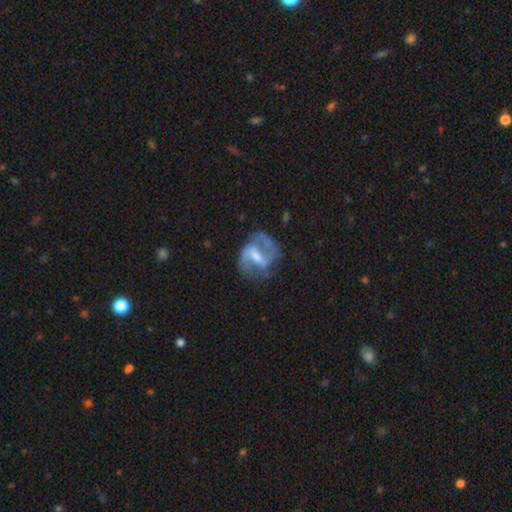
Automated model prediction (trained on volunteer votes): Q: Smooth or featured?
A: featured or disk (82%); runner-up: smooth (12%)
Q: Edge-on disk?
A: no (97%); runner-up: yes (3%)
Q: Bar?
A: strong (46%); runner-up: weak (41%)
Q: Spiral arms?
A: yes (90%); runner-up: no (10%)
Q: Spiral winding?
A: medium (51%); runner-up: loose (31%)
Q: Spiral arm count?
A: 2 (84%); runner-up: can't tell (7%)
Q: Bulge size?
A: moderate (41%); runner-up: small (34%)
Q: Merging?
A: none (61%); runner-up: minor disturbance (20%)